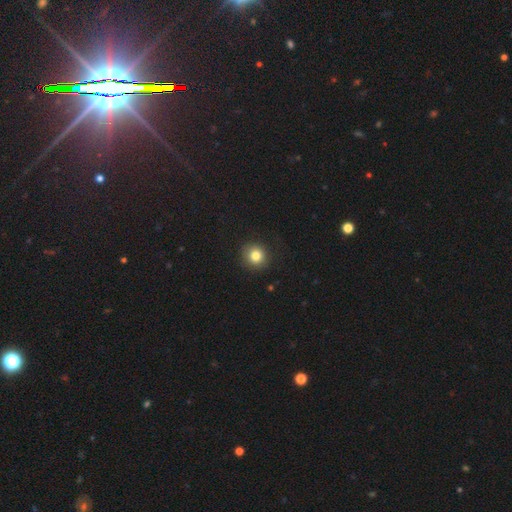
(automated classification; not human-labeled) Smooth or featured? smooth (81%)
How rounded? round (90%)
Merging? none (88%)